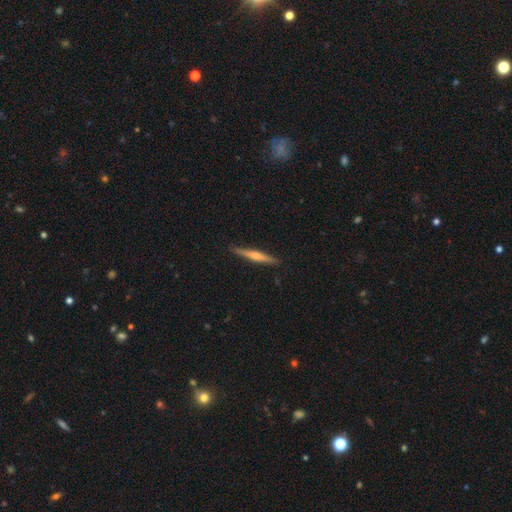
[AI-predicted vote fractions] This appears to be a featured or disk galaxy (63%) viewed edge-on (98%) with a rounded central bulge (80%). Merging: none (91%).